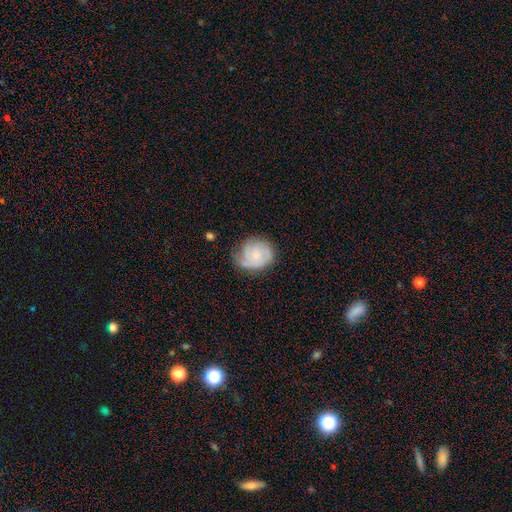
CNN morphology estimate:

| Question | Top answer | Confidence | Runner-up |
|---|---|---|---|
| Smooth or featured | featured or disk | 60% | smooth (33%) |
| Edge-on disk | no | 98% | yes (2%) |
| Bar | no | 76% | weak (21%) |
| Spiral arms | yes | 88% | no (12%) |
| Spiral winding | tight | 61% | medium (30%) |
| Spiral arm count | can't tell | 34% | 2 (25%) |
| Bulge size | small | 62% | moderate (21%) |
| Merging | none | 58% | minor disturbance (28%) |